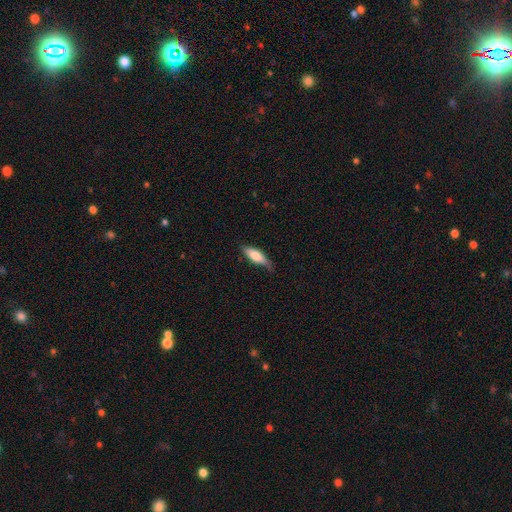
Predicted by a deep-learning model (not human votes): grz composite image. It shows a smooth galaxy with no disk features (74%) that is in between round and cigar-shaped (56%). Merging: none (63%).